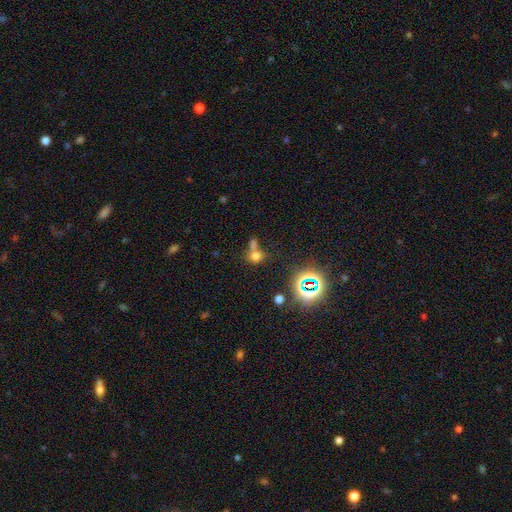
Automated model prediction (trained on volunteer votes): This appears to be a smooth galaxy with no disk features (64%) that is round (73%). Merging: merger (45%).